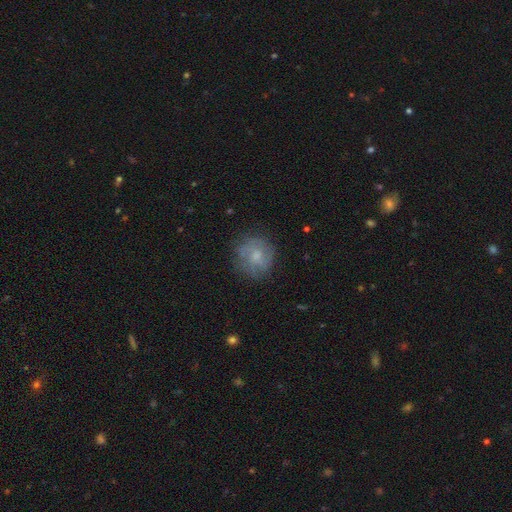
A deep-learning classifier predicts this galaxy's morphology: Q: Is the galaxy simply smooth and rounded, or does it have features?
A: smooth — 50%.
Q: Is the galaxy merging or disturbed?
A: none — 73%.